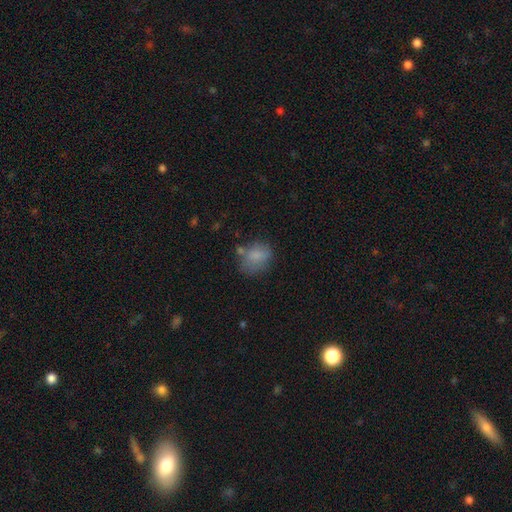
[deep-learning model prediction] A smooth galaxy with no disk features (77%) that is in between round and cigar-shaped (58%). Merging: none (56%).